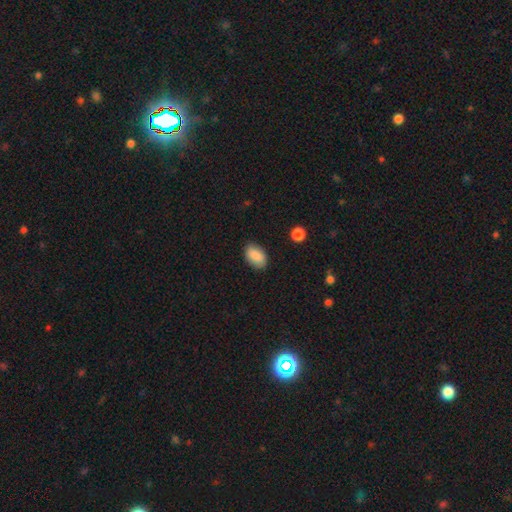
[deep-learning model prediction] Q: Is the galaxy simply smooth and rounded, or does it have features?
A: smooth — 87%.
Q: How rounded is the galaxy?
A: in between — 90%.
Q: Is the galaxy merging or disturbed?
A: none — 83%.